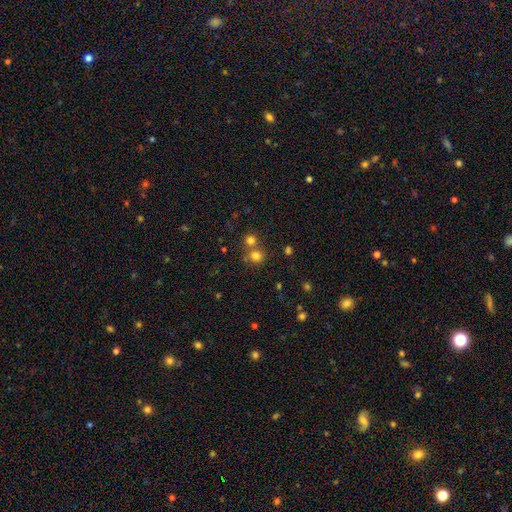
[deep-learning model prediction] This appears to be a smooth galaxy with no disk features (75%) that is round (90%). Merging: none (61%).